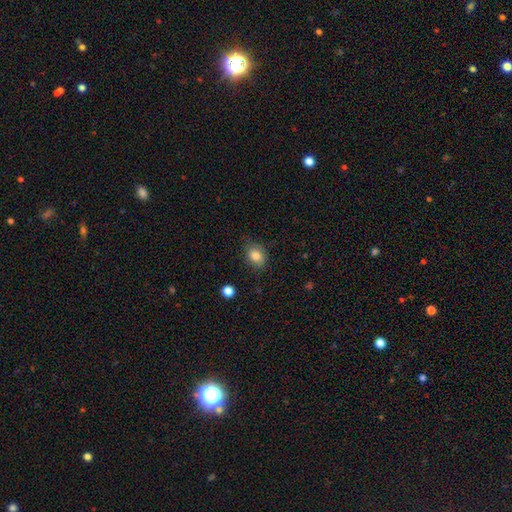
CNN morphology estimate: A smooth galaxy with no disk features (84%) that is in between round and cigar-shaped (63%). Merging: none (77%).